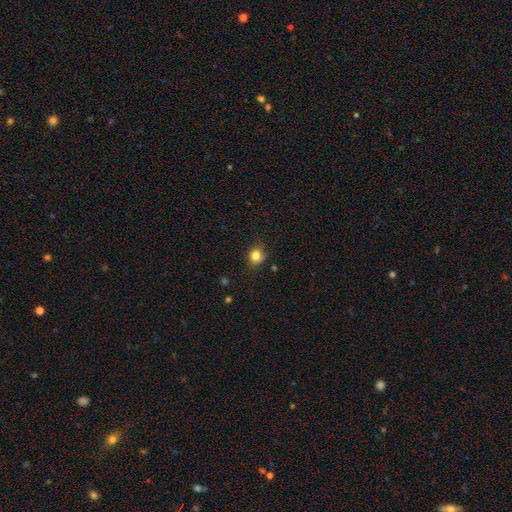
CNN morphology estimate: Smooth or featured?
  - smooth: 81% *
  - star or artifact: 12%
  - featured or disk: 8%
How rounded?
  - round: 76% *
  - in between: 23%
  - cigar-shaped: 1%
Merging?
  - none: 73% *
  - minor disturbance: 21%
  - major disturbance: 5%
  - merger: 2%